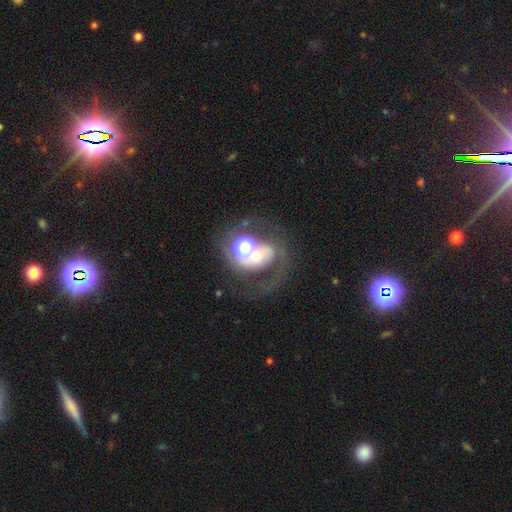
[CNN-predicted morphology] This is possibly a featured or disk galaxy (57%). It is clearly not viewed edge-on (96%). Bar: likely no (62%). Spiral arm pattern: likely yes (64%). Central bulge: possibly moderate (50%). Merging: marginally merger (38%).